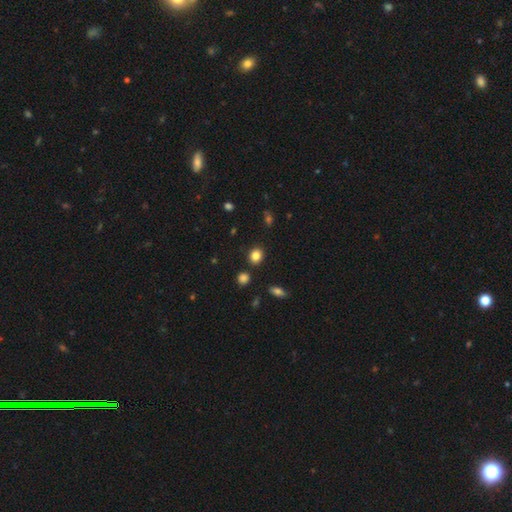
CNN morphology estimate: Smooth or featured? Predicted: smooth (p=0.84). How rounded? Predicted: round (p=0.71). Merging? Predicted: none (p=0.86).